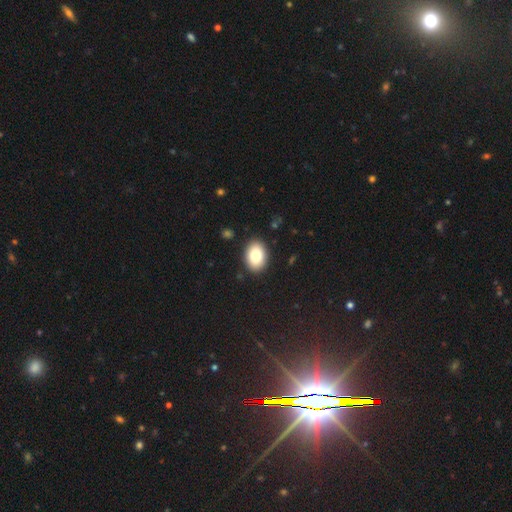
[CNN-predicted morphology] A smooth galaxy with no disk features (81%) that is in between round and cigar-shaped (79%).

Vote fractions:
- Smooth or featured? smooth: 81% / featured or disk: 11% / star or artifact: 8%
- How rounded? in between: 79% / round: 20% / cigar-shaped: 1%
- Merging? none: 89% / minor disturbance: 8% / major disturbance: 2% / merger: 1%